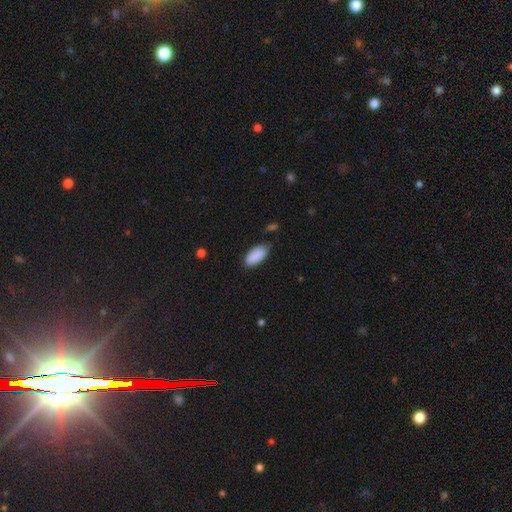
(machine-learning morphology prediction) Overall: smooth (90%). How rounded: in between (91%). Merging: none (78%).